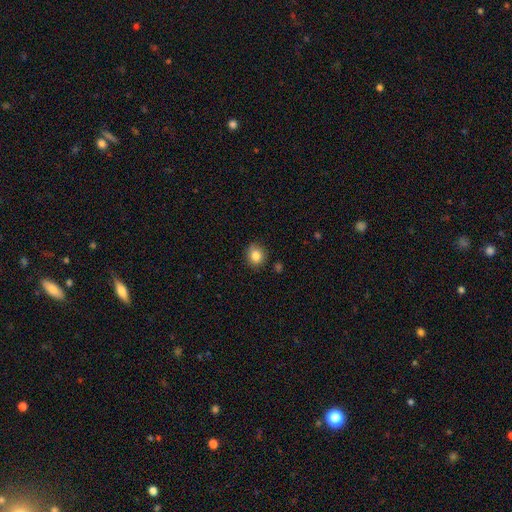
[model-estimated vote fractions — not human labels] smooth_or_featured: smooth (p=0.84) [alt: star or artifact p=0.10]
how_rounded: round (p=0.74) [alt: in between p=0.25]
merging: none (p=0.84) [alt: minor disturbance p=0.11]